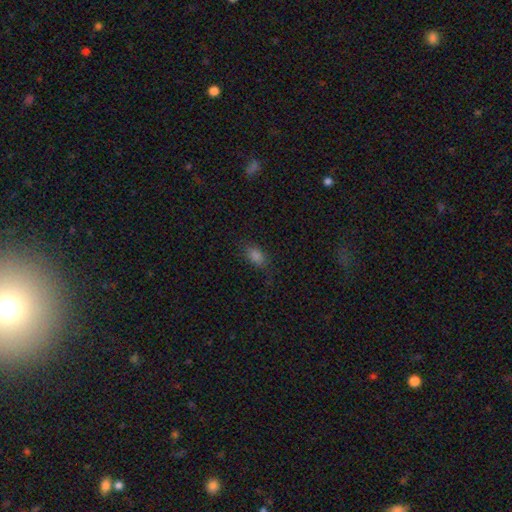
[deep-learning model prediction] smooth_or_featured: smooth (p=0.79) [alt: star or artifact p=0.15]
how_rounded: in between (p=0.87) [alt: round p=0.09]
merging: none (p=0.75) [alt: minor disturbance p=0.17]